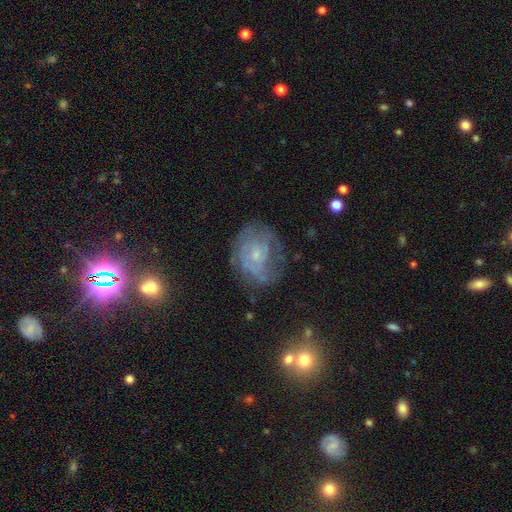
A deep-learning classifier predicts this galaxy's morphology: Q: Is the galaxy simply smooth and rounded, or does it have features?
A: featured or disk — 72%.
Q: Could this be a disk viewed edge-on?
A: no — 97%.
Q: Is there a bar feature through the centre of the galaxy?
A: no — 67%.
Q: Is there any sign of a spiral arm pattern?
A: yes — 83%.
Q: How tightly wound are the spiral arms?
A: tight — 58%.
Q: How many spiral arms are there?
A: can't tell — 48%.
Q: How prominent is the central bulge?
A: small — 69%.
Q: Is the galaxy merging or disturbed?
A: none — 61%.